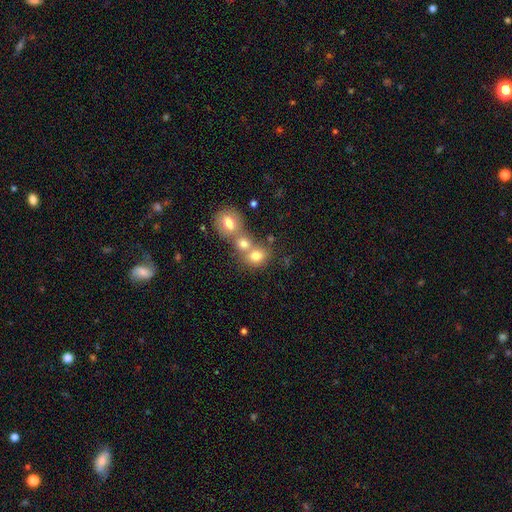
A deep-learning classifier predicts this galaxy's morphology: The model was most divided on "merging": merger: 52%, none: 37%, minor disturbance: 7%, major disturbance: 4%. More confident: smooth or featured — smooth (75%); how rounded — round (66%).